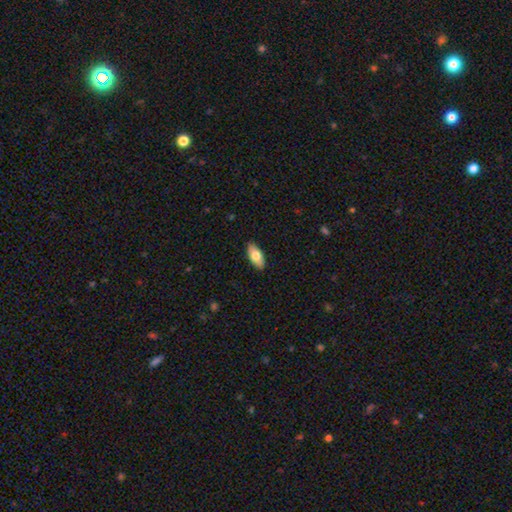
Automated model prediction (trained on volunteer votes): Overall: smooth (75%). How rounded: in between (89%). Merging: none (89%).